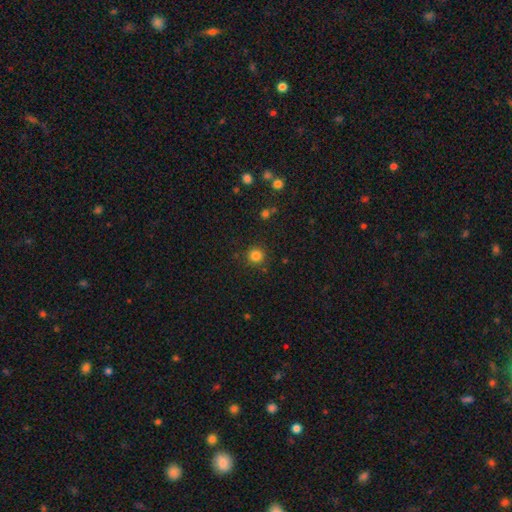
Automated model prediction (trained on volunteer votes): A smooth galaxy with no disk features (83%) that is round (93%).

Vote fractions:
- Smooth or featured? smooth: 83% / star or artifact: 13% / featured or disk: 4%
- How rounded? round: 93% / in between: 6% / cigar-shaped: 1%
- Merging? none: 88% / minor disturbance: 8% / major disturbance: 3% / merger: 2%